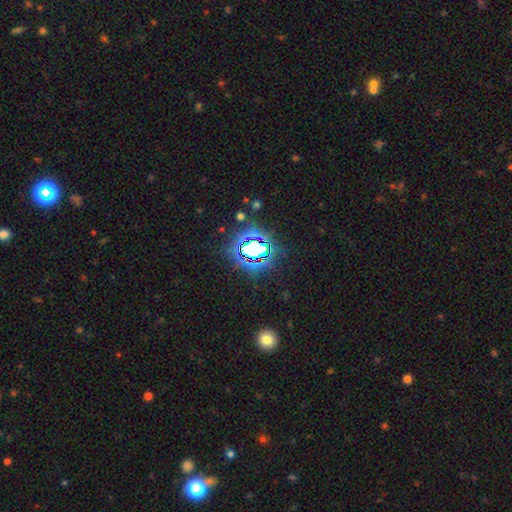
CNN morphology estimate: This is likely a star or artifact rather than a galaxy (80%).